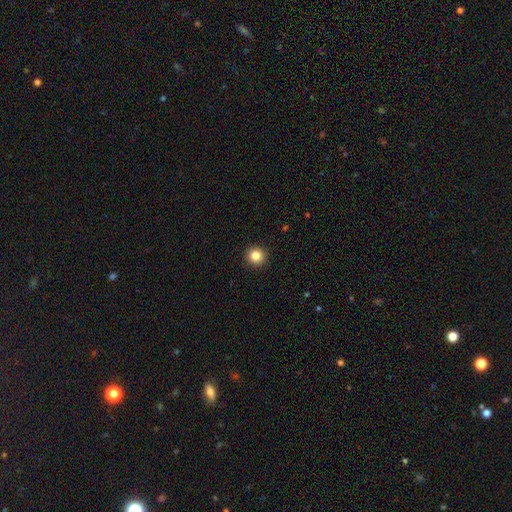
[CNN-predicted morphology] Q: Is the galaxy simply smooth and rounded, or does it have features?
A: smooth — 84%.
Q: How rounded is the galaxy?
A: round — 95%.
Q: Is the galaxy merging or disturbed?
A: none — 93%.